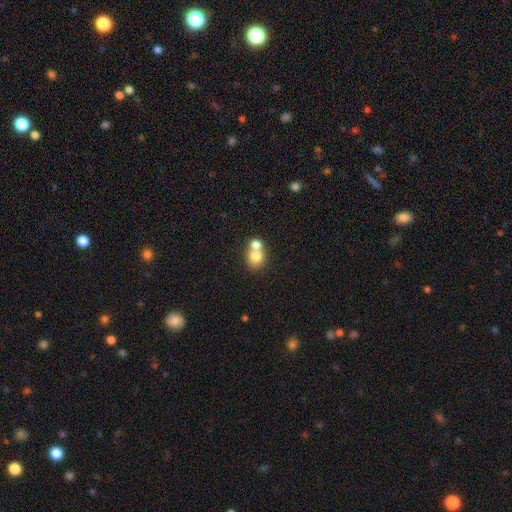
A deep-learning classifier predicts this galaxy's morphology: smooth_or_featured: smooth (p=0.76) [alt: featured or disk p=0.14]
how_rounded: round (p=0.75) [alt: in between p=0.25]
merging: merger (p=0.58) [alt: none p=0.34]